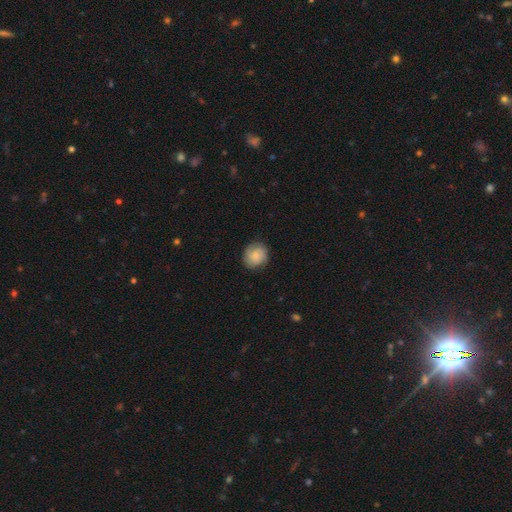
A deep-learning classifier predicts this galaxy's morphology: Smooth or featured: smooth — 66% (featured or disk — 26%)
How rounded: round — 82% (in between — 17%)
Merging: none — 83% (minor disturbance — 13%)